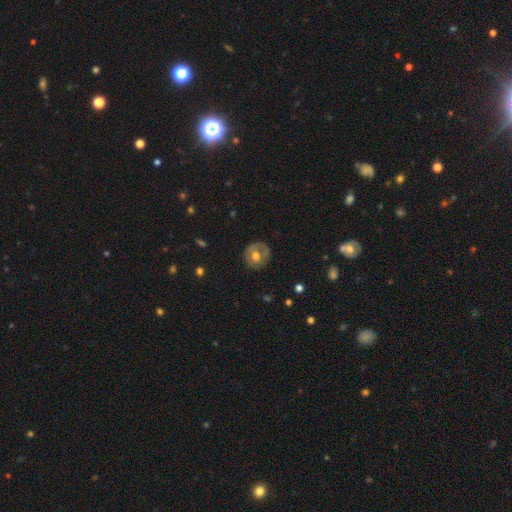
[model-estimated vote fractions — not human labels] Overall: smooth (53%; featured or disk 39%). How rounded: round (85%). Merging: none (74%).